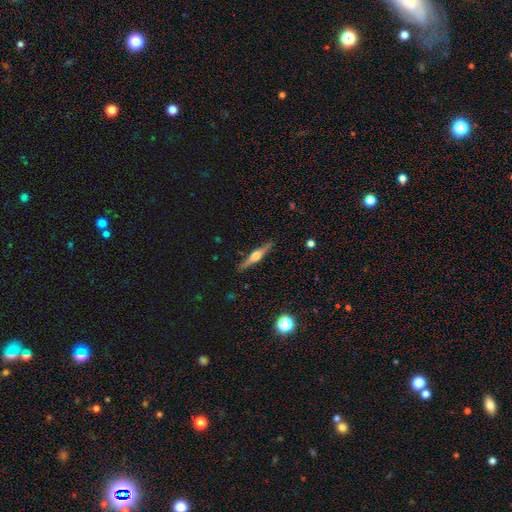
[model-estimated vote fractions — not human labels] A featured or disk galaxy (69%) viewed edge-on (97%) with a rounded central bulge (90%).

Vote fractions:
- Smooth or featured? featured or disk: 69% / smooth: 25% / star or artifact: 6%
- Edge-on disk? yes: 97% / no: 3%
- Edge-on bulge? rounded: 90% / boxy: 7% / none: 3%
- Merging? none: 88% / minor disturbance: 9% / major disturbance: 2% / merger: 1%